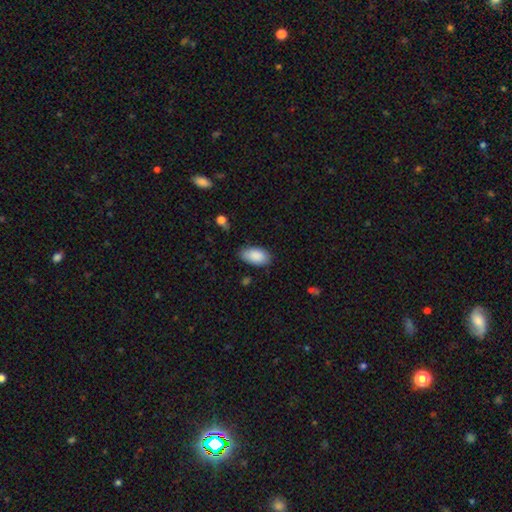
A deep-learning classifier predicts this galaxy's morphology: smooth-or-featured: smooth: 89% | star or artifact: 6% | featured or disk: 4%
  how-rounded: in between: 95% | round: 3% | cigar-shaped: 2%
  merging: none: 79% | minor disturbance: 17% | major disturbance: 3% | merger: 1%